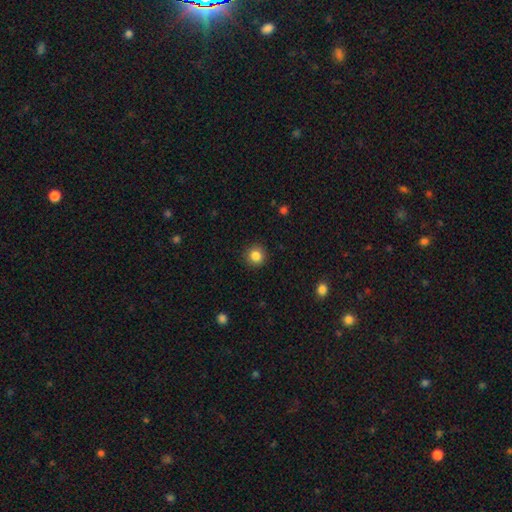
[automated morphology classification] Smooth or featured: smooth — 84% (star or artifact — 11%)
How rounded: round — 93% (in between — 6%)
Merging: none — 91% (minor disturbance — 6%)